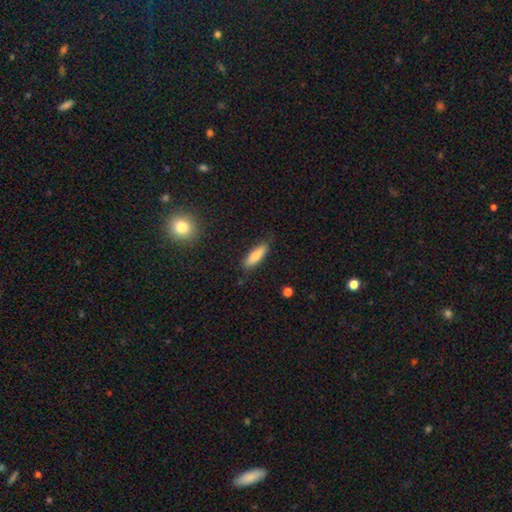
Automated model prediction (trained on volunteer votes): A smooth galaxy with no disk features (78%) that is cigar-shaped (62%). Merging: none (83%).